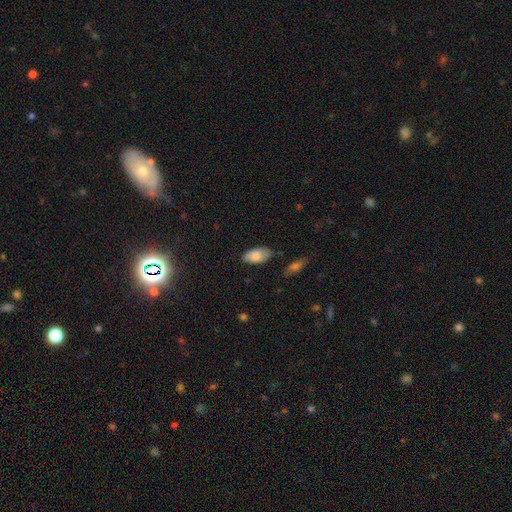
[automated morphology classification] smooth-or-featured: smooth: 82% | featured or disk: 11% | star or artifact: 6%
  how-rounded: in between: 94% | cigar-shaped: 4% | round: 2%
  merging: none: 80% | minor disturbance: 15% | major disturbance: 3% | merger: 2%